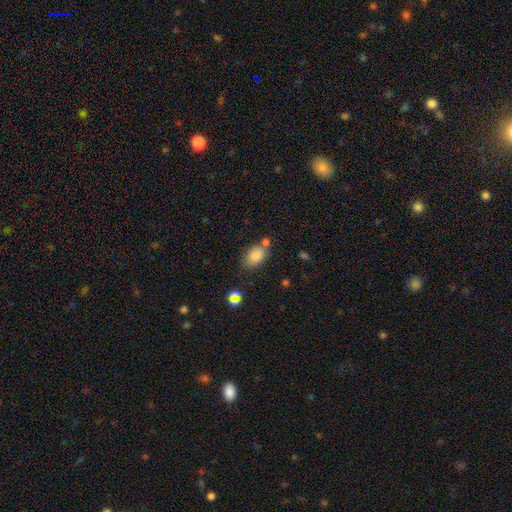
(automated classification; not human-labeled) Smooth or featured?
  - smooth: 82% *
  - star or artifact: 10%
  - featured or disk: 8%
How rounded?
  - in between: 84% *
  - round: 15%
  - cigar-shaped: 1%
Merging?
  - none: 63% *
  - minor disturbance: 16%
  - merger: 15%
  - major disturbance: 5%